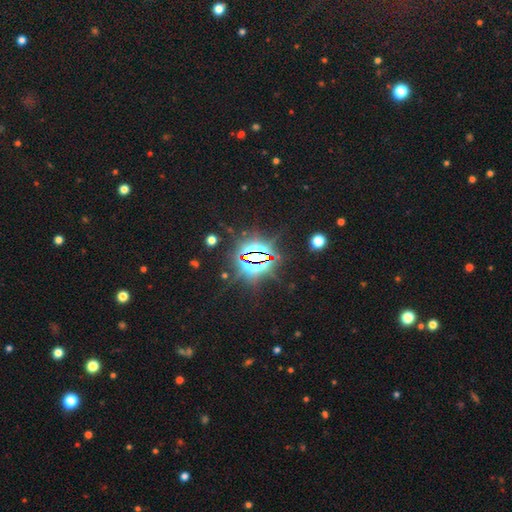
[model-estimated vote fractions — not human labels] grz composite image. It shows a star or artifact, not a galaxy (82%).